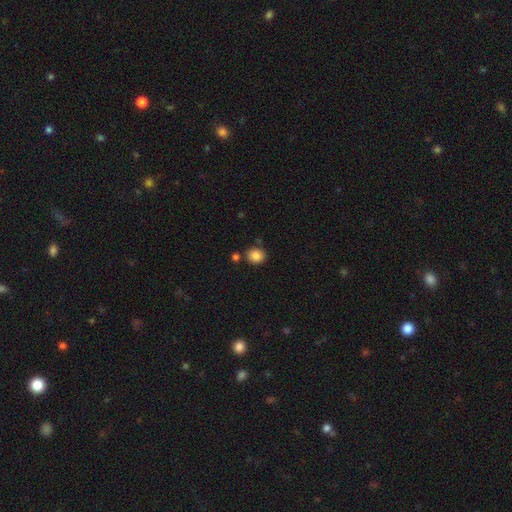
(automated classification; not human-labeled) Morphology: type=smooth (86%); roundness=round (79%); merging=none (80%).